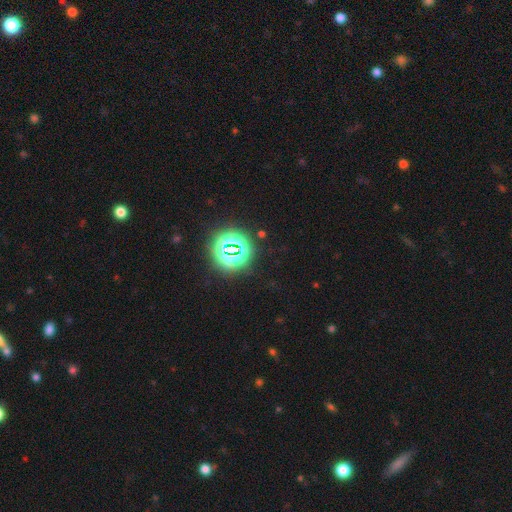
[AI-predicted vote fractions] This appears to be a star or artifact, not a galaxy (80%).